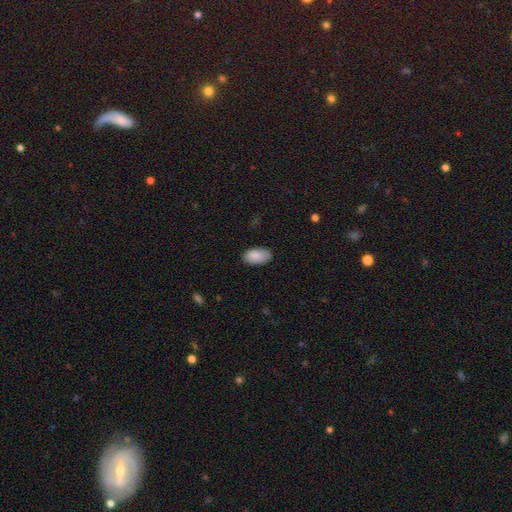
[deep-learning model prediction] This is clearly a smooth galaxy (89%). How rounded: clearly in between (95%). Merging: clearly none (83%).